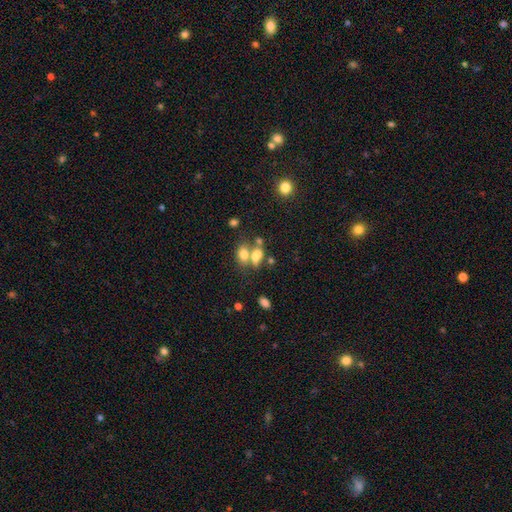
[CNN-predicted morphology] Smooth or featured?
  - smooth: 69% *
  - featured or disk: 17%
  - star or artifact: 14%
How rounded?
  - in between: 76% *
  - round: 21%
  - cigar-shaped: 3%
Merging?
  - merger: 55% *
  - none: 30%
  - minor disturbance: 9%
  - major disturbance: 6%